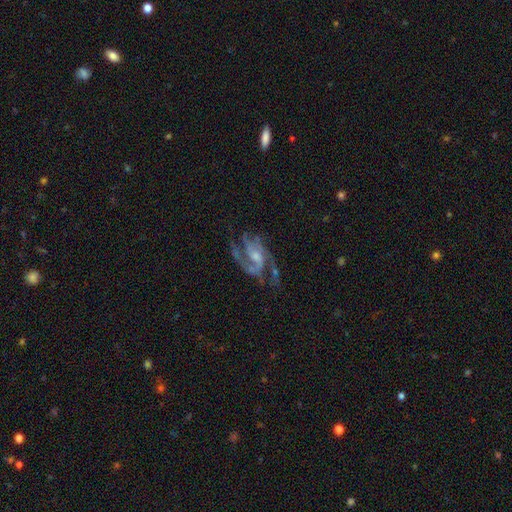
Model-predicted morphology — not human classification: Smooth or featured?
  - featured or disk: 88% *
  - star or artifact: 6%
  - smooth: 5%
Edge-on disk?
  - no: 97% *
  - yes: 3%
Bar?
  - no: 45% *
  - weak: 41%
  - strong: 13%
Spiral arms?
  - yes: 96% *
  - no: 4%
Spiral winding?
  - medium: 55% *
  - tight: 24%
  - loose: 21%
Spiral arm count?
  - 2: 42% *
  - 3: 32%
  - can't tell: 10%
  - 4: 6%
  - 1: 5%
  - more than 4: 4%
Bulge size?
  - small: 42% *
  - moderate: 41%
  - none: 11%
  - large: 5%
  - dominant: 1%
Merging?
  - none: 58% *
  - major disturbance: 21%
  - minor disturbance: 19%
  - merger: 3%